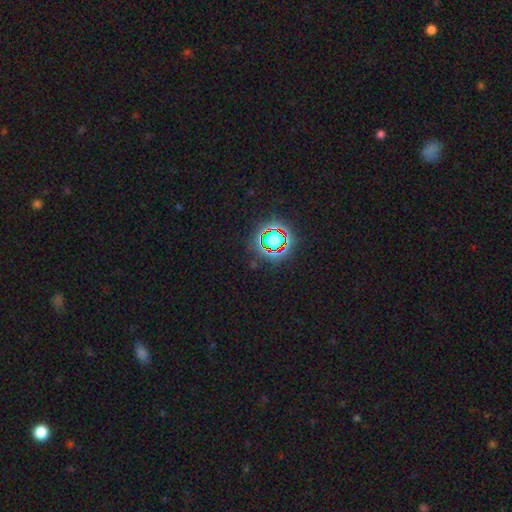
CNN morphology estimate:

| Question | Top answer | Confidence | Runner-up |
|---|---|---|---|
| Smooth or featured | star or artifact | 79% | smooth (14%) |